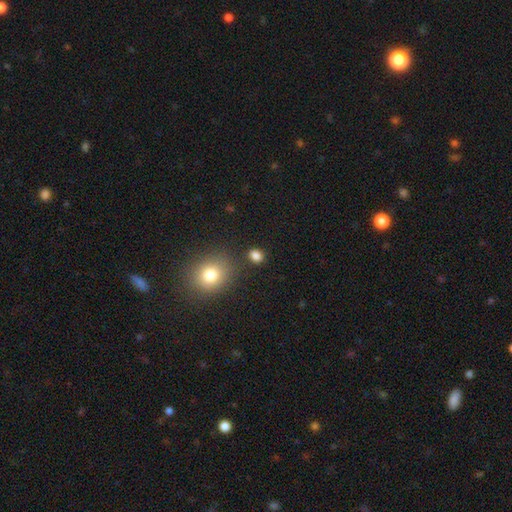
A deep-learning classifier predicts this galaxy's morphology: Smooth or featured? smooth (83%)
How rounded? round (54%)
Merging? none (80%)